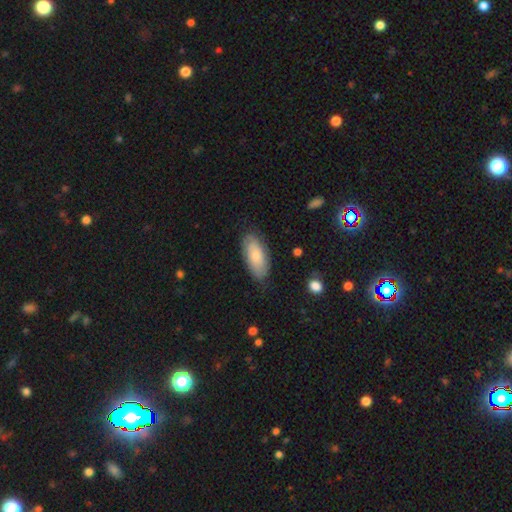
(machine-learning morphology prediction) This appears to be a smooth galaxy with no disk features (71%) that is in between round and cigar-shaped (89%). Merging: none (78%).